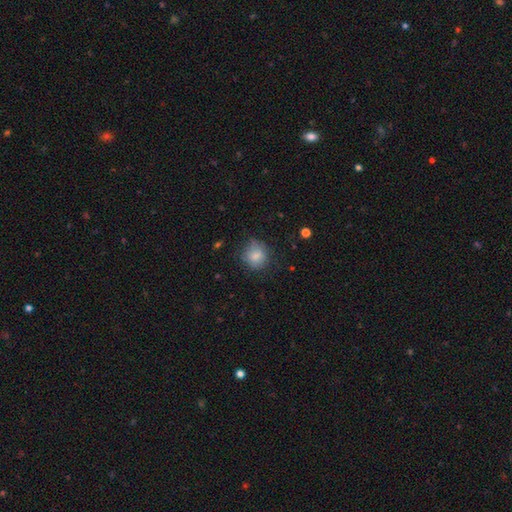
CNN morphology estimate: Smooth or featured? Predicted: smooth (p=0.80). How rounded? Predicted: round (p=0.80). Merging? Predicted: none (p=0.69).